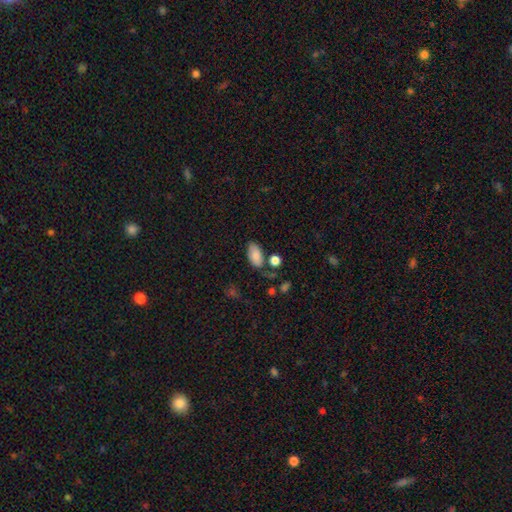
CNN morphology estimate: Smooth or featured? smooth (82%)
How rounded? in between (94%)
Merging? none (61%)